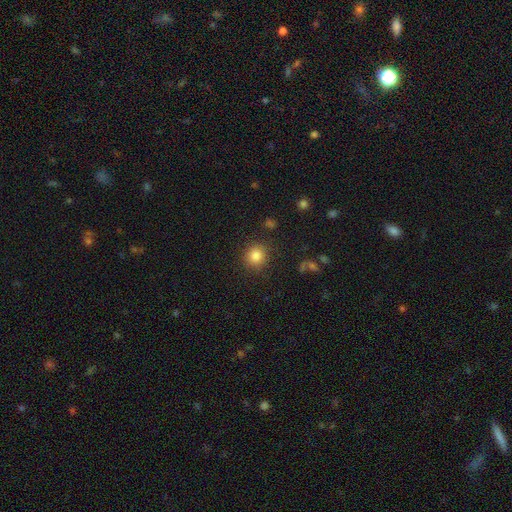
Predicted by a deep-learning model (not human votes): smooth_or_featured: smooth (p=0.84) [alt: star or artifact p=0.11]
how_rounded: round (p=0.89) [alt: in between p=0.10]
merging: none (p=0.87) [alt: minor disturbance p=0.08]